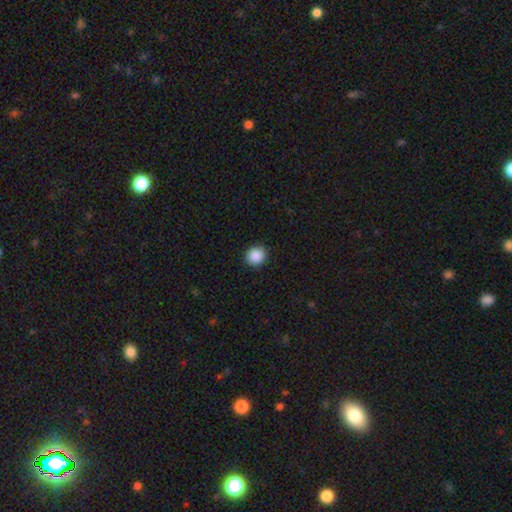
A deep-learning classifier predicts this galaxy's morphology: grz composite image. It shows a smooth galaxy with no disk features (89%) that is round (88%). Merging: none (91%).